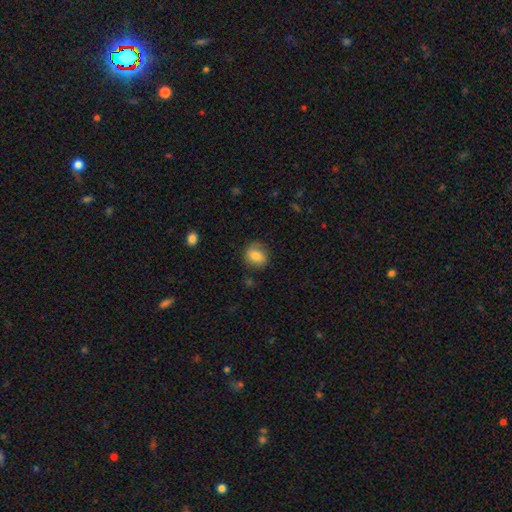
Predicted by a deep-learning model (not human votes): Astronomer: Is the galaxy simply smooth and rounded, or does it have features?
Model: smooth — 78%.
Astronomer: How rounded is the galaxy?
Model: round — 67%.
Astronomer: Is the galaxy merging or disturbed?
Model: none — 78%.